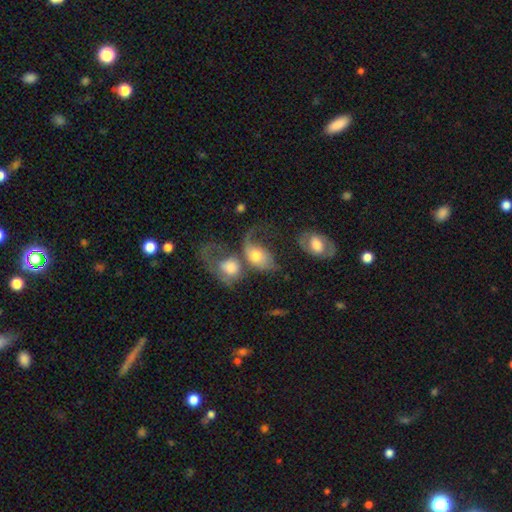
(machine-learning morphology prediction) smooth_or_featured: smooth (p=0.52) [alt: featured or disk p=0.39]
how_rounded: in between (p=0.70) [alt: round p=0.28]
merging: merger (p=0.57) [alt: major disturbance p=0.22]